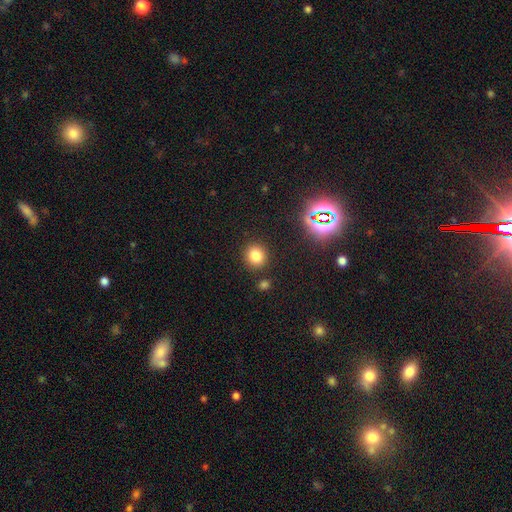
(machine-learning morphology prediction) The model was most divided on "smooth or featured": smooth: 79%, star or artifact: 15%, featured or disk: 6%. More confident: merging — none (87%); how rounded — round (83%).